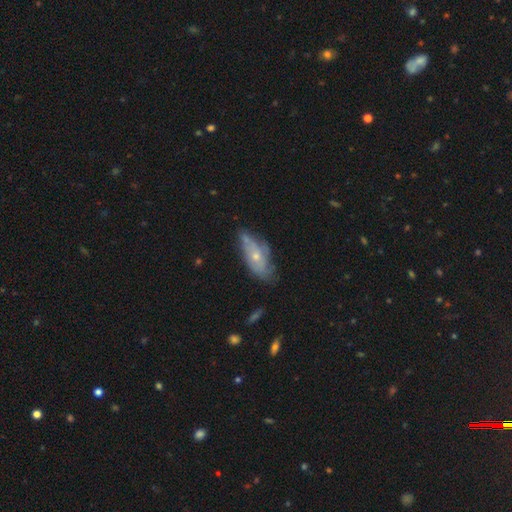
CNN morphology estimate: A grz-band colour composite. It shows a featured or disk galaxy (57%). Merging: none (50%).